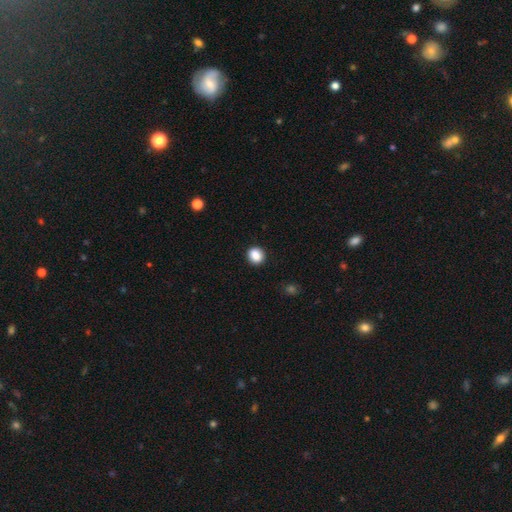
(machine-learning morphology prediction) Smooth or featured? smooth (87%)
How rounded? round (74%)
Merging? none (90%)